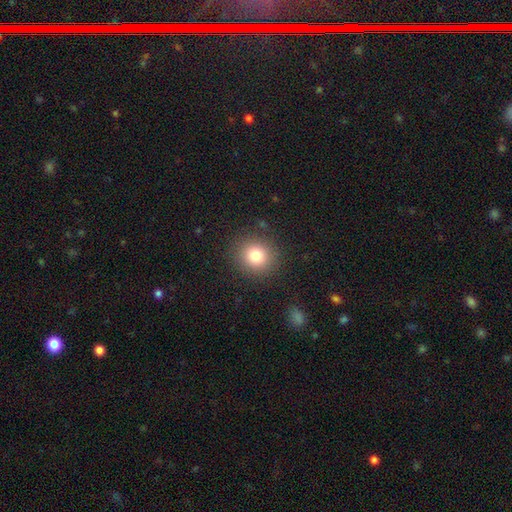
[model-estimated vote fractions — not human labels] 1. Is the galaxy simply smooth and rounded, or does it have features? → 80% smooth, 12% star or artifact, 8% featured or disk.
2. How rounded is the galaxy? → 87% round, 12% in between, 1% cigar-shaped.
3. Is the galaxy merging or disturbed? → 88% none, 7% minor disturbance, 3% major disturbance, 1% merger.